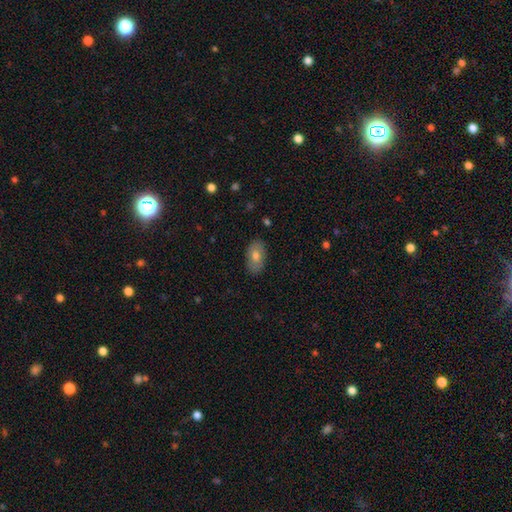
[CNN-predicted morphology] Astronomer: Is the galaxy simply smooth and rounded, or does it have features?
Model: smooth — 70%.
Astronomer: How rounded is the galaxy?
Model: in between — 93%.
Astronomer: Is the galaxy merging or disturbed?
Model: none — 86%.